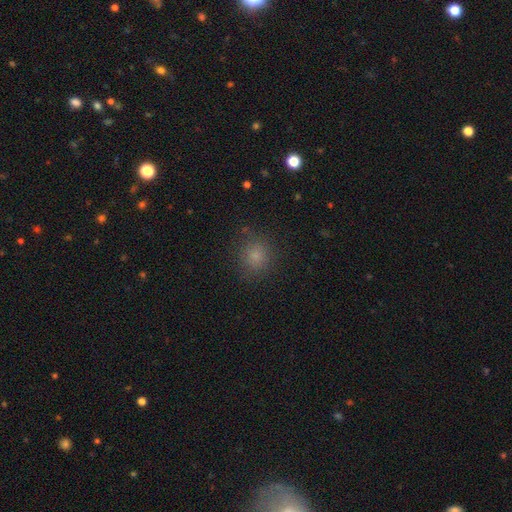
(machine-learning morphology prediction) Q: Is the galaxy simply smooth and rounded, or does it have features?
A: smooth — 80%.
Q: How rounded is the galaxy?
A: round — 87%.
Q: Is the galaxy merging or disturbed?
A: none — 84%.